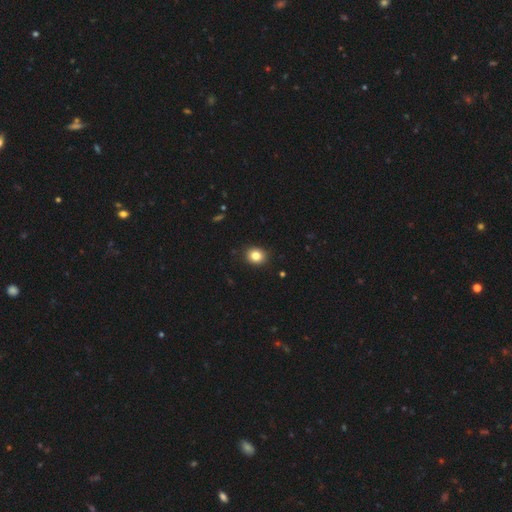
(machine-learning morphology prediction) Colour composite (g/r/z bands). It shows a smooth galaxy with no disk features (83%) that is round (72%). Merging: none (91%).